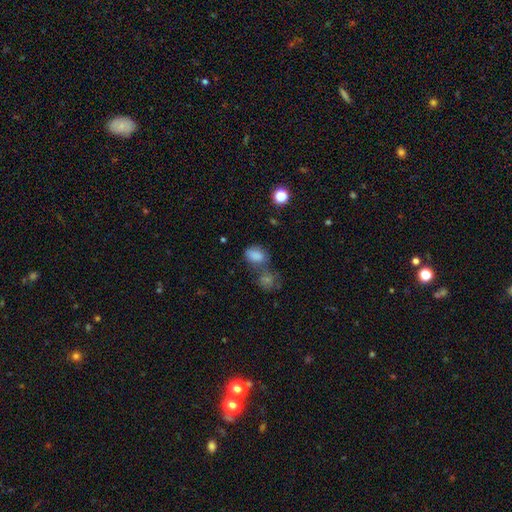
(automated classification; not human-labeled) Morphology: type=smooth (81%); roundness=in between (81%); merging=none (40%).